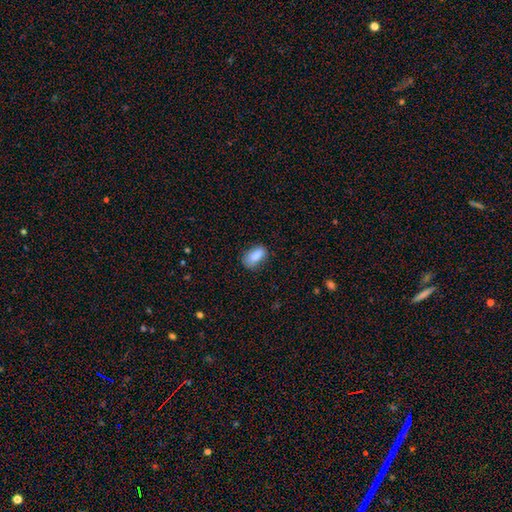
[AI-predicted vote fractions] Smooth or featured? Predicted: smooth (p=0.87). How rounded? Predicted: in between (p=0.90). Merging? Predicted: none (p=0.73).